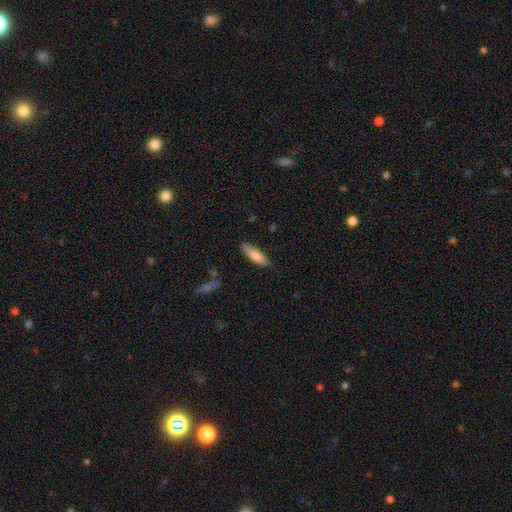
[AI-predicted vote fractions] Overall: smooth (76%). How rounded: cigar-shaped (55%; in between 43%). Merging: none (82%).